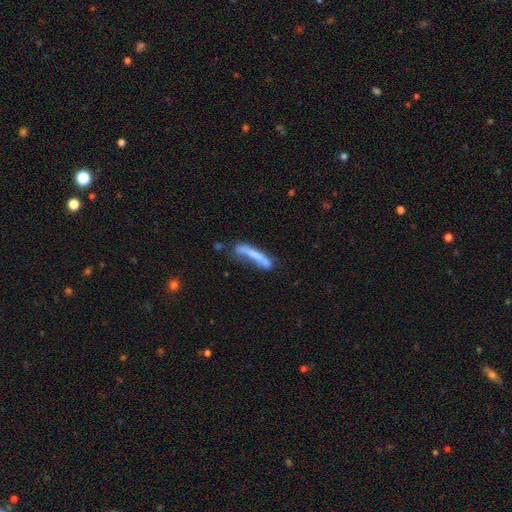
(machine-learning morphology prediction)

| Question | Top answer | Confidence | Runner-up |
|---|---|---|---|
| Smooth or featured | smooth | 59% | featured or disk (33%) |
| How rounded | cigar-shaped | 91% | in between (7%) |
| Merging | none | 45% | minor disturbance (24%) |